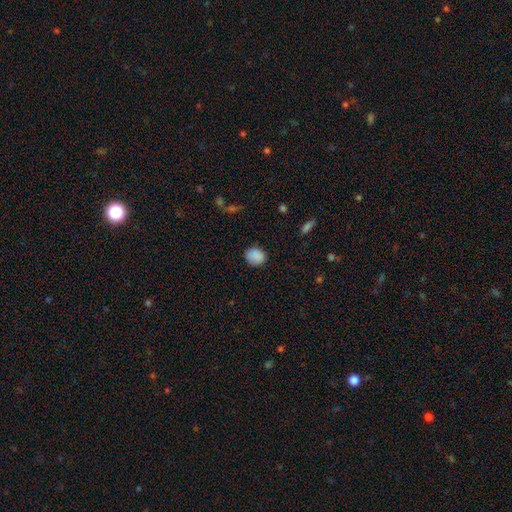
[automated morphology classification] This is clearly a smooth galaxy (87%). How rounded: likely round (65%). Merging: clearly none (82%).